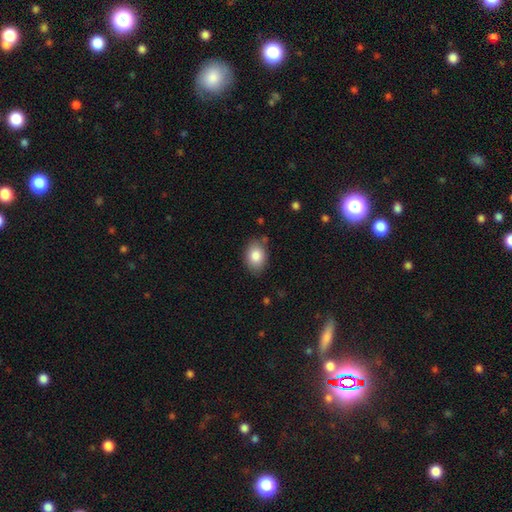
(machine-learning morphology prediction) Q: Smooth or featured?
A: smooth (85%); runner-up: featured or disk (8%)
Q: How rounded?
A: in between (77%); runner-up: round (22%)
Q: Merging?
A: none (81%); runner-up: minor disturbance (14%)